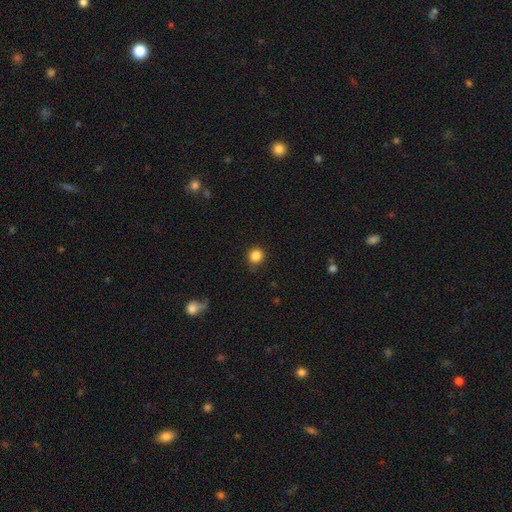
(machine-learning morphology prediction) smooth_or_featured: smooth (p=0.85) [alt: star or artifact p=0.11]
how_rounded: round (p=0.92) [alt: in between p=0.07]
merging: none (p=0.84) [alt: minor disturbance p=0.12]